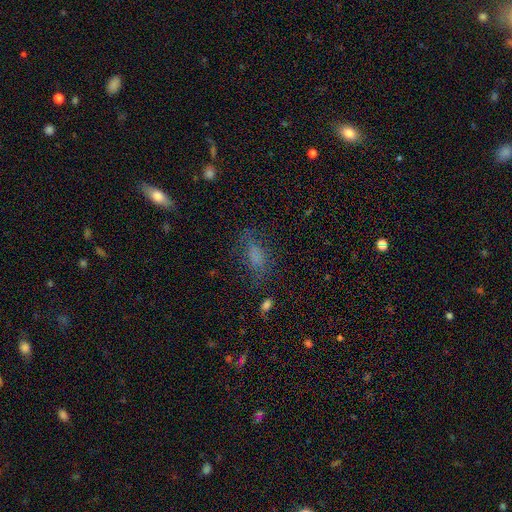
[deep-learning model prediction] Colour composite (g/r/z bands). It shows a smooth galaxy with no disk features (63%) that is in between round and cigar-shaped (80%). Merging: none (62%).